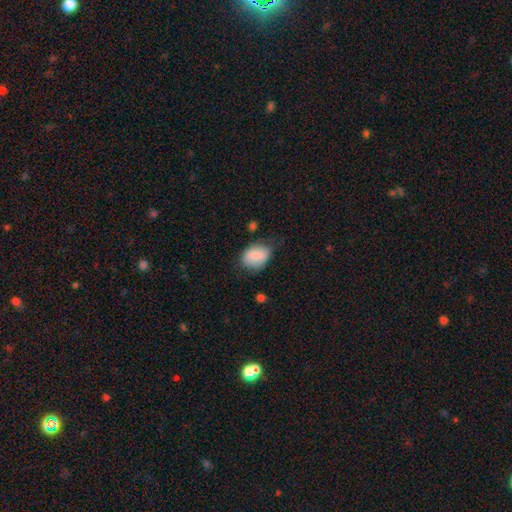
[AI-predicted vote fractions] smooth-or-featured: smooth: 82% | featured or disk: 10% | star or artifact: 7%
  how-rounded: in between: 73% | round: 26% | cigar-shaped: 1%
  merging: none: 56% | minor disturbance: 32% | major disturbance: 9% | merger: 3%